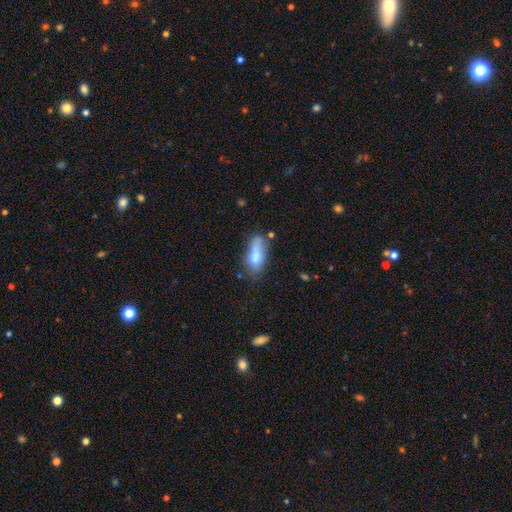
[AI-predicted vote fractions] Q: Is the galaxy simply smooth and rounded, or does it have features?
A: smooth — 74%.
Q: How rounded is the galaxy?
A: in between — 76%.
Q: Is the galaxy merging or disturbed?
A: none — 44%.